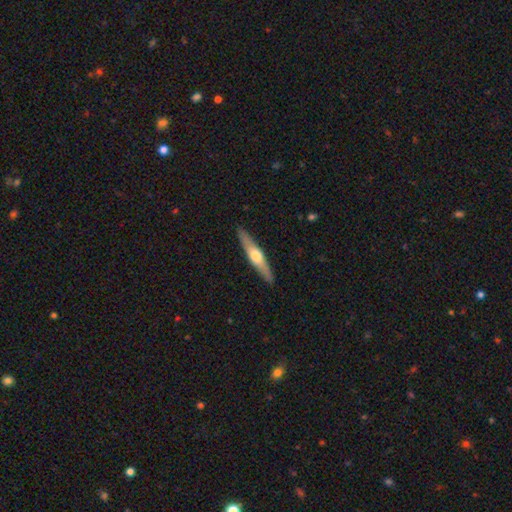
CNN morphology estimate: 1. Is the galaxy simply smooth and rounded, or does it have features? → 57% featured or disk, 38% smooth, 5% star or artifact.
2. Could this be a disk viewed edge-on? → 95% yes, 5% no.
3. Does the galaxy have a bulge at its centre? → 91% rounded, 5% none, 4% boxy.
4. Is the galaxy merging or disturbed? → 91% none, 7% minor disturbance, 1% major disturbance, 1% merger.